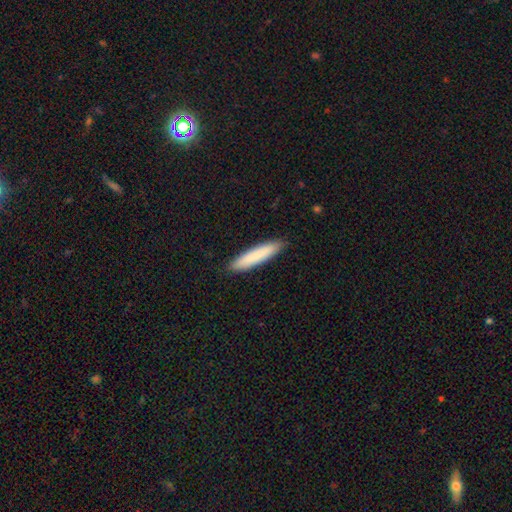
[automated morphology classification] smooth-or-featured: smooth: 85% | featured or disk: 10% | star or artifact: 5%
  how-rounded: cigar-shaped: 88% | in between: 11% | round: 1%
  merging: none: 90% | minor disturbance: 7% | major disturbance: 1% | merger: 1%